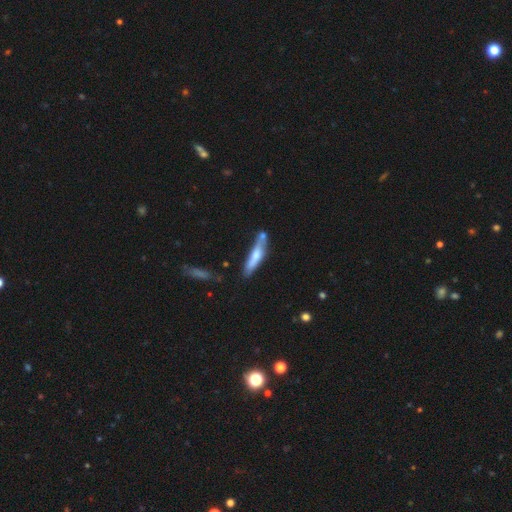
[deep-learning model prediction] Overall: smooth (52%; featured or disk 42%). How rounded: cigar-shaped (84%). Merging: none (60%; minor disturbance 20%).